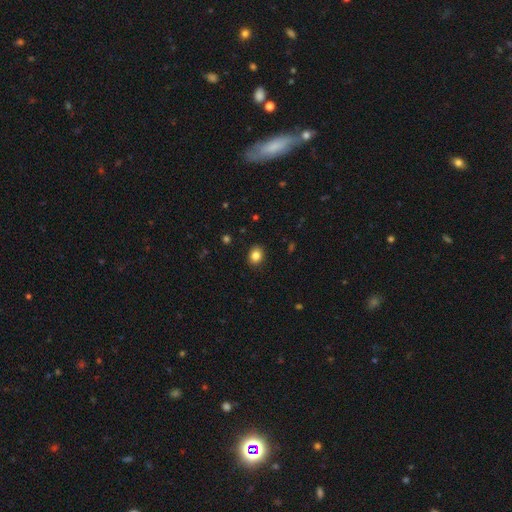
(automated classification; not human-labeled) Q: Smooth or featured?
A: smooth (84%); runner-up: star or artifact (10%)
Q: How rounded?
A: round (56%); runner-up: in between (43%)
Q: Merging?
A: none (90%); runner-up: minor disturbance (7%)